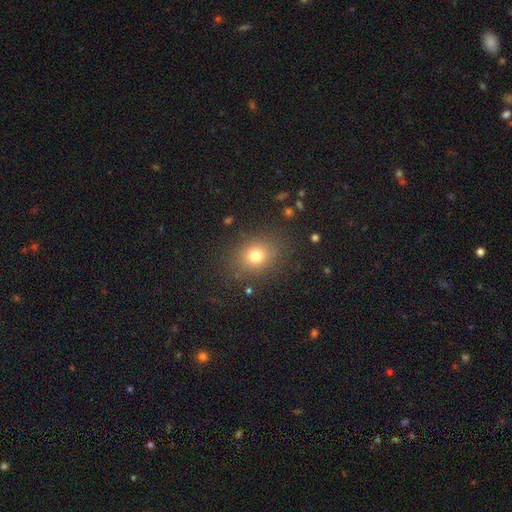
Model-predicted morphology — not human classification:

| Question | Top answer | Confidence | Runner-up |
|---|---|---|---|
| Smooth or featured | smooth | 75% | star or artifact (15%) |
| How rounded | round | 61% | in between (38%) |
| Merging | none | 84% | minor disturbance (10%) |